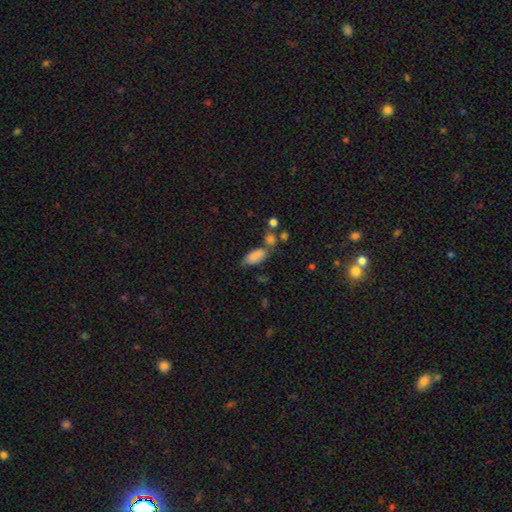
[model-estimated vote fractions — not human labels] Overall: smooth (84%). How rounded: in between (84%). Merging: none (53%; minor disturbance 22%).